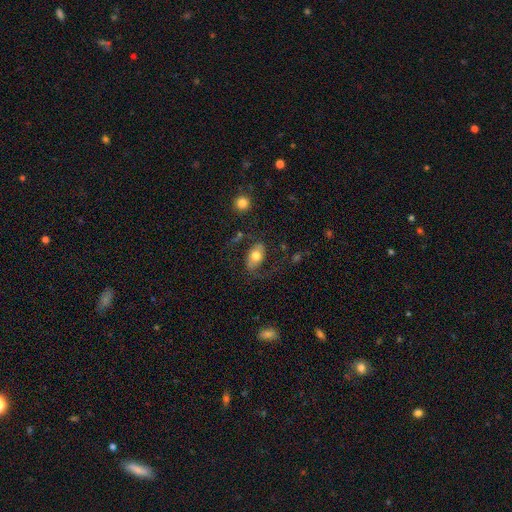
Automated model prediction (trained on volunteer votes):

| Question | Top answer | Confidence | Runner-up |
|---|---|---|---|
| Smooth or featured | smooth | 52% | featured or disk (40%) |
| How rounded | in between | 87% | round (10%) |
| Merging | none | 57% | major disturbance (20%) |